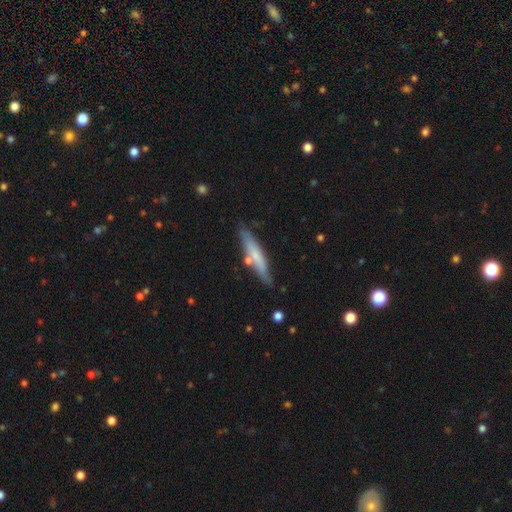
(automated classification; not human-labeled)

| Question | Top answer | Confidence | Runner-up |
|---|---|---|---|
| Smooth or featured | smooth | 54% | featured or disk (40%) |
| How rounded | cigar-shaped | 90% | in between (9%) |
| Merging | none | 77% | minor disturbance (14%) |